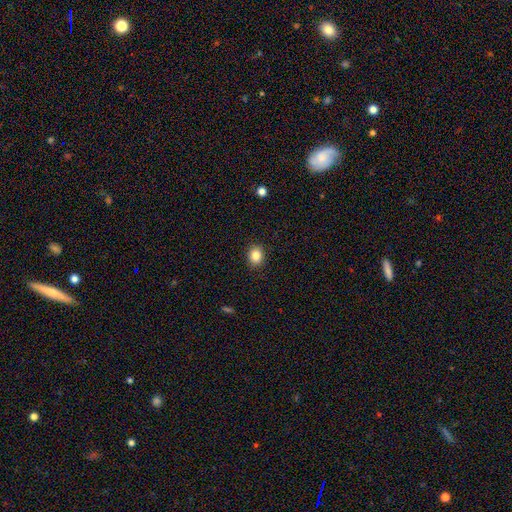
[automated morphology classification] This is clearly a smooth galaxy (84%). How rounded: possibly round (54%). Merging: clearly none (90%).